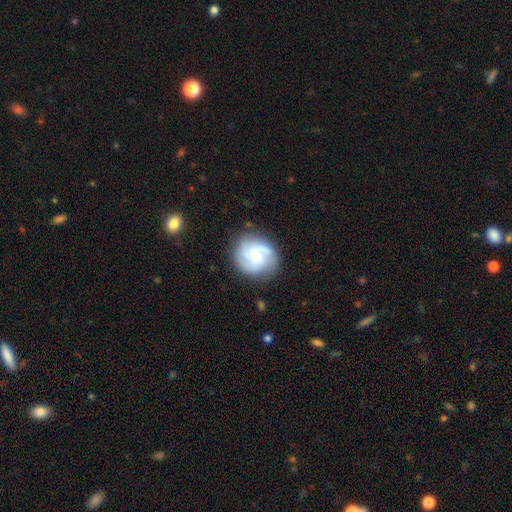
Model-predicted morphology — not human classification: smooth_or_featured: featured or disk (p=0.62) [alt: smooth p=0.30]
disk_edge_on: no (p=0.98) [alt: yes p=0.02]
bar: no (p=0.57) [alt: weak p=0.37]
has_spiral_arms: yes (p=0.92) [alt: no p=0.08]
spiral_winding: medium (p=0.45) [alt: tight p=0.36]
spiral_arm_count: 3 (p=0.32) [alt: 2 p=0.31]
bulge_size: small (p=0.65) [alt: moderate p=0.24]
merging: none (p=0.76) [alt: minor disturbance p=0.15]